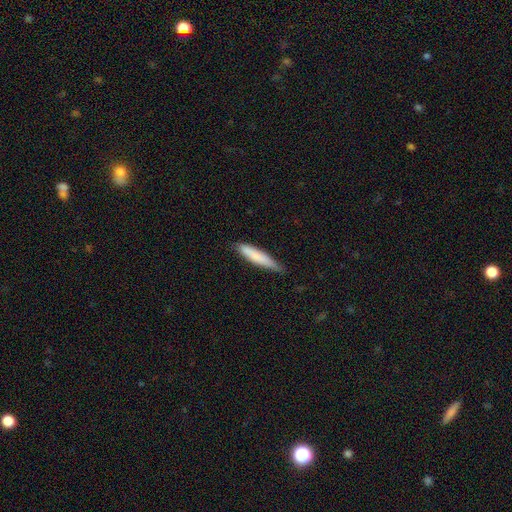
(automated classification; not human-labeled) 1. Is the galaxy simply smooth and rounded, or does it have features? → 79% smooth, 16% featured or disk, 6% star or artifact.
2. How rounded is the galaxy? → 87% cigar-shaped, 11% in between, 1% round.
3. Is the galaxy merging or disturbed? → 73% none, 23% minor disturbance, 3% major disturbance, 1% merger.